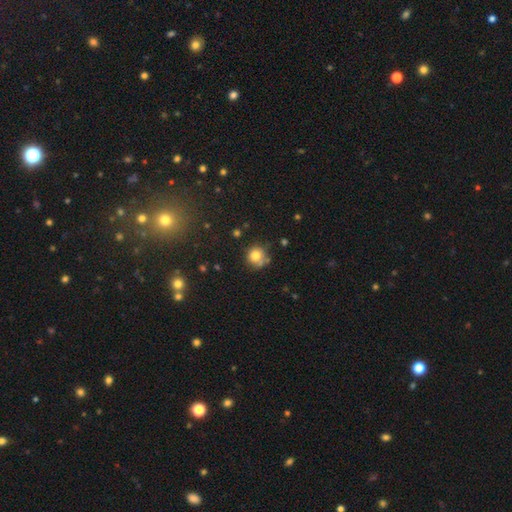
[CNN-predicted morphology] Smooth or featured: smooth — 77% (star or artifact — 12%)
How rounded: round — 89% (in between — 10%)
Merging: none — 64% (minor disturbance — 20%)